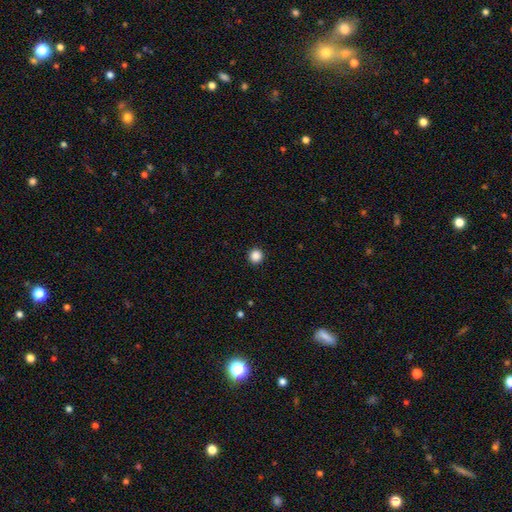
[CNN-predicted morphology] smooth_or_featured: smooth (p=0.87) [alt: star or artifact p=0.10]
how_rounded: round (p=0.94) [alt: in between p=0.05]
merging: none (p=0.93) [alt: minor disturbance p=0.04]